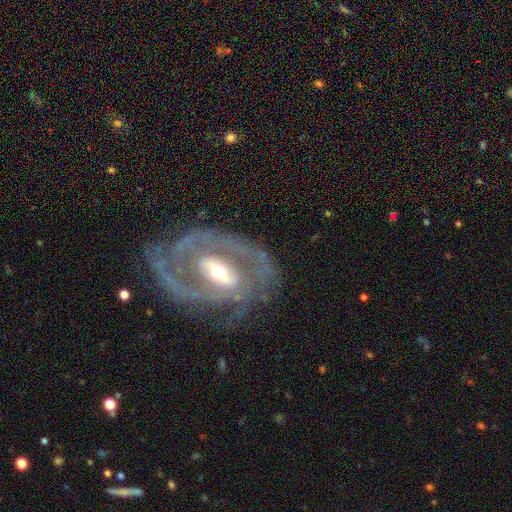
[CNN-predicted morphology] Smooth or featured? Predicted: featured or disk (p=0.88). Edge-on disk? Predicted: no (p=0.96). Bar? Predicted: strong (p=0.41). Spiral arms? Predicted: yes (p=0.91). Spiral winding? Predicted: tight (p=0.53). Spiral arm count? Predicted: 2 (p=0.57). Bulge size? Predicted: moderate (p=0.59). Merging? Predicted: none (p=0.68).